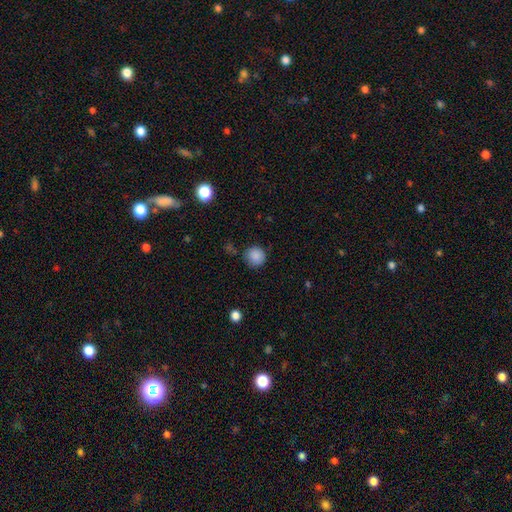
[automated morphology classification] Smooth or featured? Predicted: smooth (p=0.87). How rounded? Predicted: round (p=0.93). Merging? Predicted: none (p=0.81).